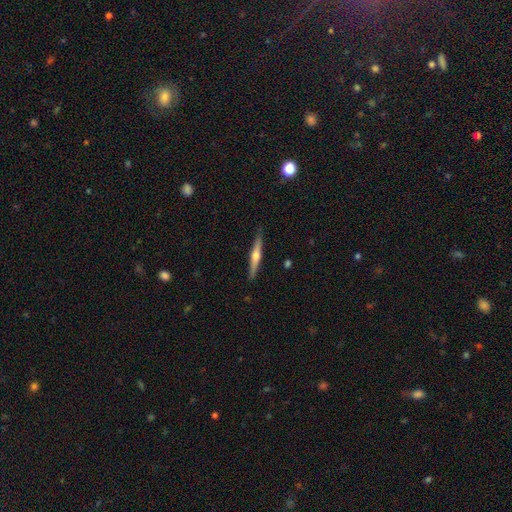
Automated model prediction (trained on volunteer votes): Smooth or featured: featured or disk — 63% (smooth — 31%)
Edge-on disk: yes — 97% (no — 3%)
Edge-on bulge: rounded — 90% (none — 6%)
Merging: none — 88% (minor disturbance — 9%)